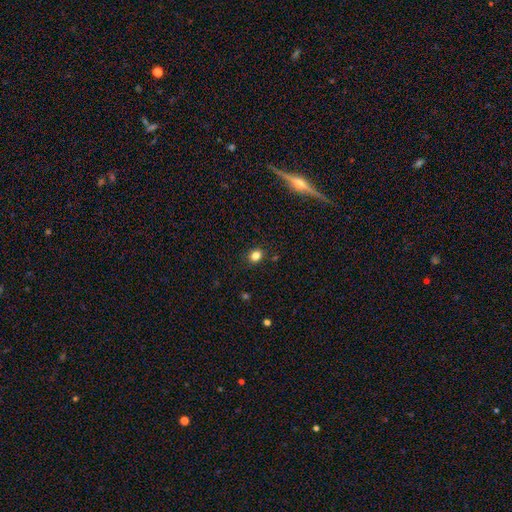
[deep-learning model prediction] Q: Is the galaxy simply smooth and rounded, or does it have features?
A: smooth — 82%.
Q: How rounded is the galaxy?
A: round — 61%.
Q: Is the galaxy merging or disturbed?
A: none — 87%.